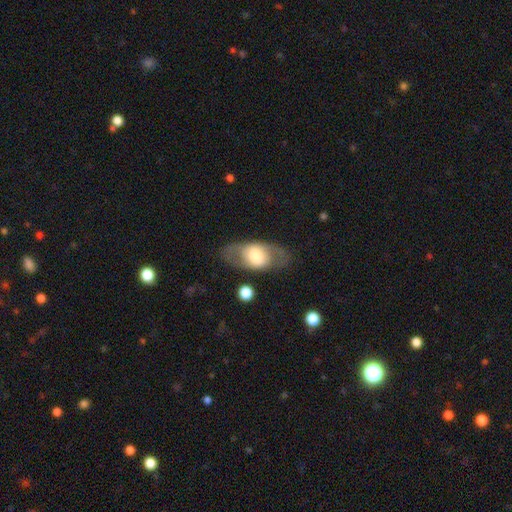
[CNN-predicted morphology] smooth-or-featured: smooth: 49% | featured or disk: 45% | star or artifact: 6%
  merging: none: 75% | minor disturbance: 15% | major disturbance: 8% | merger: 2%